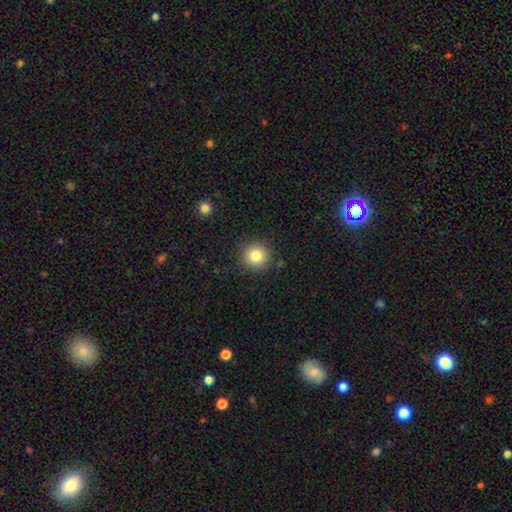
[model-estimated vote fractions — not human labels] Smooth or featured: smooth — 82% (star or artifact — 11%)
How rounded: round — 94% (in between — 5%)
Merging: none — 89% (minor disturbance — 7%)